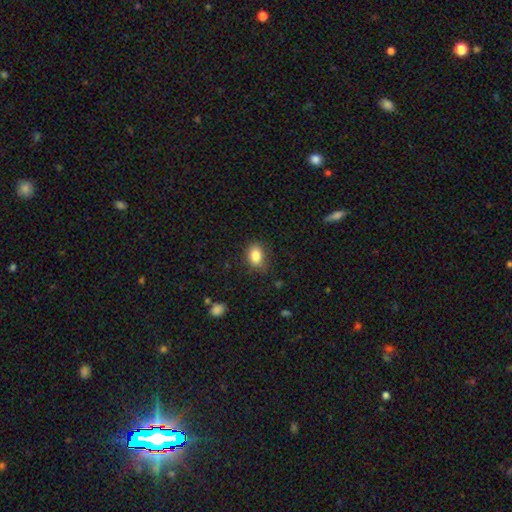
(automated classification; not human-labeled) A smooth galaxy with no disk features (85%) that is in between round and cigar-shaped (73%).

Vote fractions:
- Smooth or featured? smooth: 85% / star or artifact: 9% / featured or disk: 6%
- How rounded? in between: 73% / round: 26% / cigar-shaped: 1%
- Merging? none: 80% / minor disturbance: 15% / major disturbance: 3% / merger: 1%